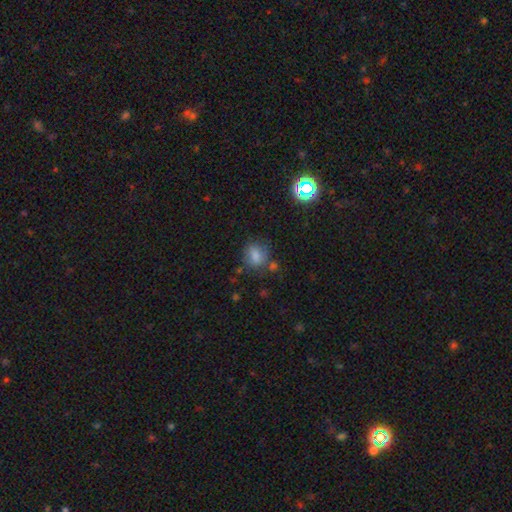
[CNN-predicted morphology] smooth_or_featured: smooth (p=0.75) [alt: star or artifact p=0.14]
how_rounded: round (p=0.51) [alt: in between p=0.47]
merging: none (p=0.63) [alt: minor disturbance p=0.21]